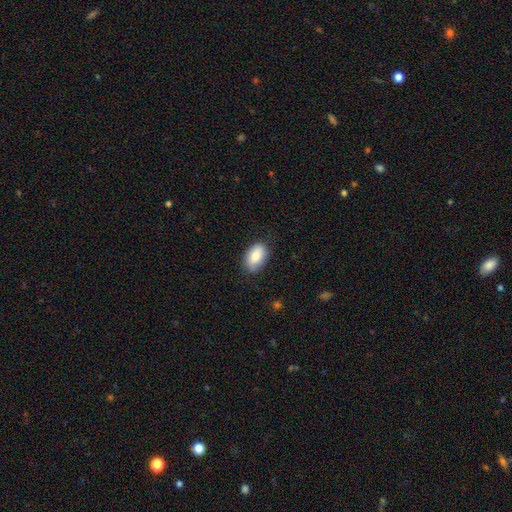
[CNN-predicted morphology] A smooth galaxy with no disk features (82%) that is in between round and cigar-shaped (91%). Merging: none (81%).